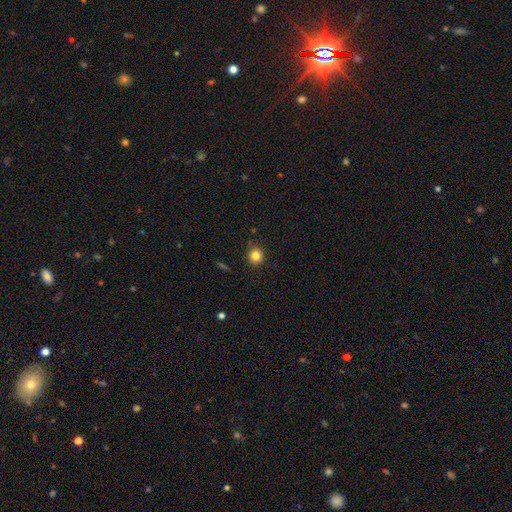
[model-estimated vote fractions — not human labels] Smooth or featured? Predicted: smooth (p=0.83). How rounded? Predicted: round (p=0.91). Merging? Predicted: none (p=0.90).